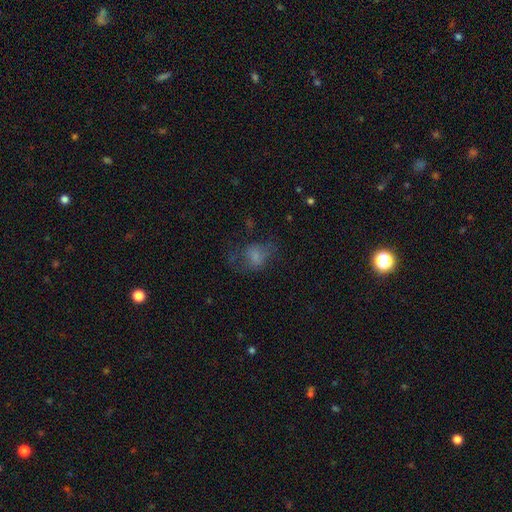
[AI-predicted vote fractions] smooth-or-featured: smooth: 60% | featured or disk: 24% | star or artifact: 16%
  how-rounded: in between: 62% | round: 36% | cigar-shaped: 2%
  merging: none: 40% | major disturbance: 34% | minor disturbance: 23% | merger: 3%